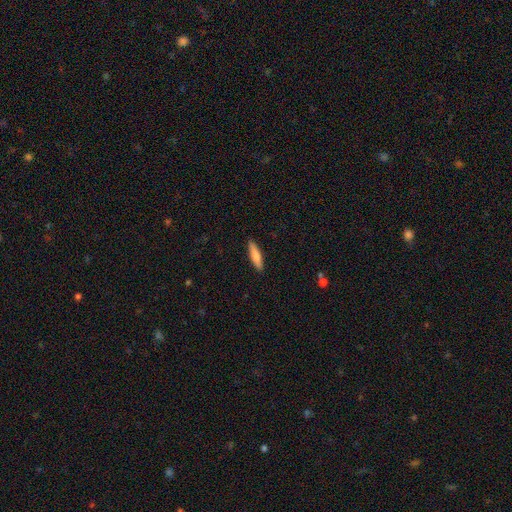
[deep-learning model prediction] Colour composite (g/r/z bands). It shows a smooth galaxy with no disk features (74%) that is cigar-shaped (81%). Merging: none (90%).